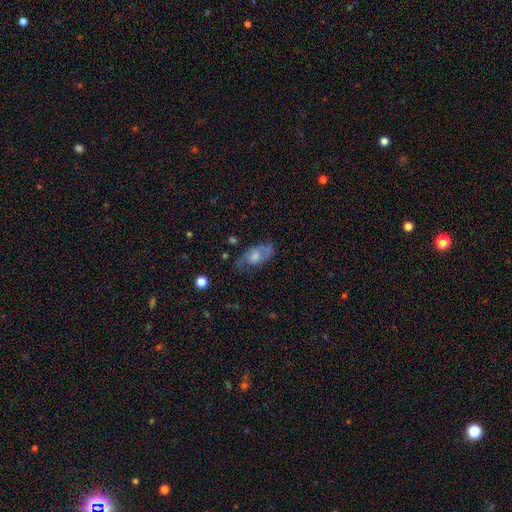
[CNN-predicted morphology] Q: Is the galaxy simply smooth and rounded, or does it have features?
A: featured or disk — 48%.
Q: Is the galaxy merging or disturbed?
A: none — 54%.